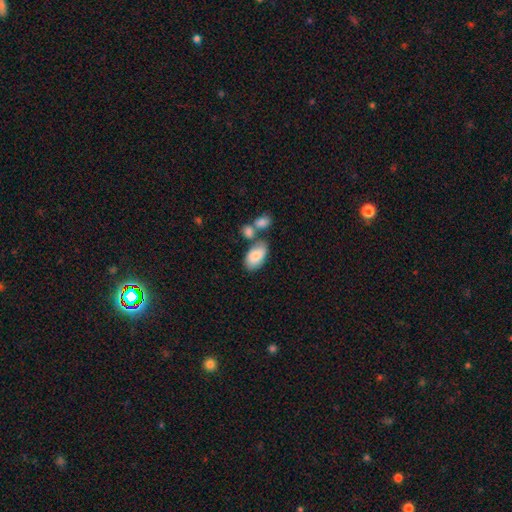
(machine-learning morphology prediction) The model was most divided on "merging": none: 44%, merger: 36%, minor disturbance: 15%, major disturbance: 5%. More confident: how rounded — in between (94%); smooth or featured — smooth (79%).